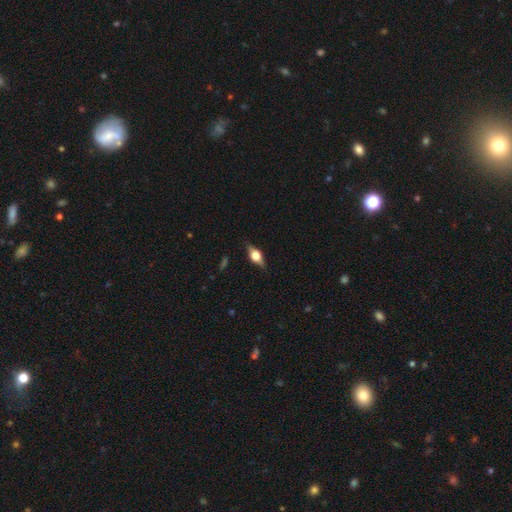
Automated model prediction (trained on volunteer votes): Smooth or featured? featured or disk (56%)
Edge-on disk? yes (93%)
Edge-on bulge? rounded (93%)
Merging? none (82%)